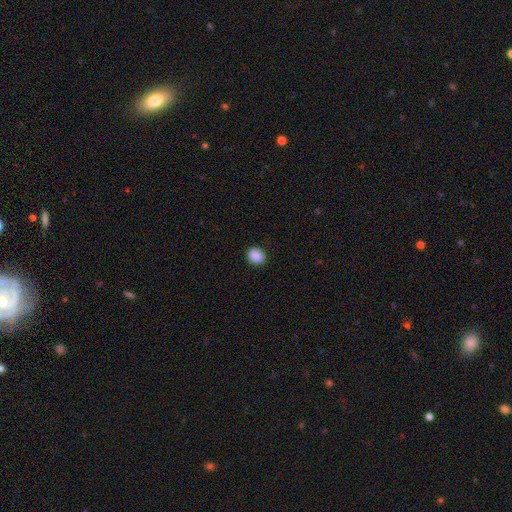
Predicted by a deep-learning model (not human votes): smooth_or_featured: smooth (p=0.89) [alt: star or artifact p=0.08]
how_rounded: round (p=0.68) [alt: in between p=0.31]
merging: none (p=0.89) [alt: minor disturbance p=0.08]